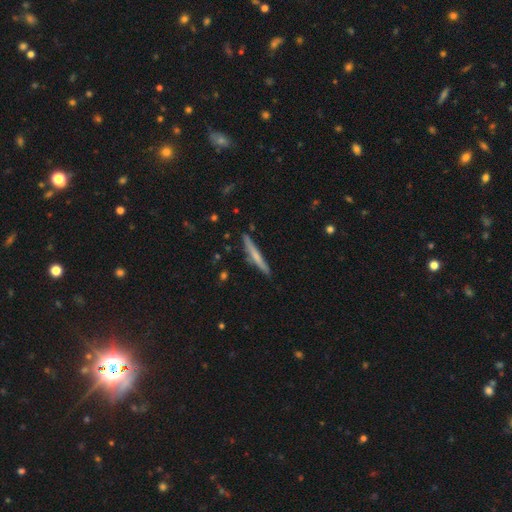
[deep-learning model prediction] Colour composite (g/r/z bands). It shows a smooth galaxy with no disk features (52%) that is cigar-shaped (96%). Merging: none (87%).